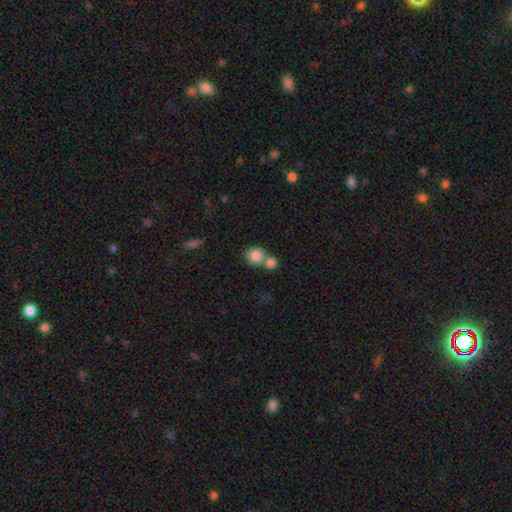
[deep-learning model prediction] This is clearly a smooth galaxy (84%). How rounded: clearly round (84%). Merging: possibly merger (47%).